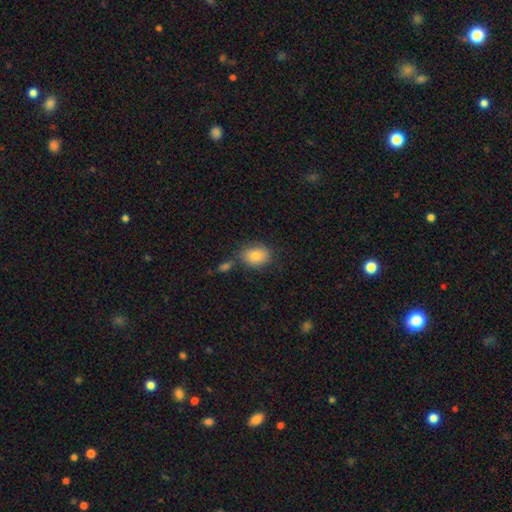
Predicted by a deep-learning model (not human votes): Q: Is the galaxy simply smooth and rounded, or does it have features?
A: smooth — 81%.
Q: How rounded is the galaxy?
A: in between — 69%.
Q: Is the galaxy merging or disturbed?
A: none — 70%.